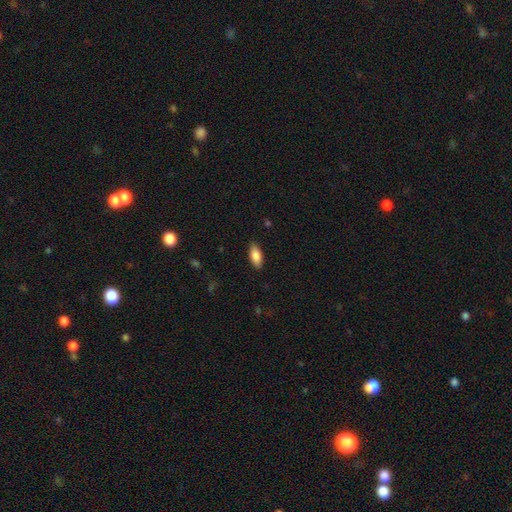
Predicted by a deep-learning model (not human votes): smooth_or_featured: smooth (p=0.88) [alt: featured or disk p=0.06]
how_rounded: in between (p=0.85) [alt: cigar-shaped p=0.13]
merging: none (p=0.88) [alt: minor disturbance p=0.09]